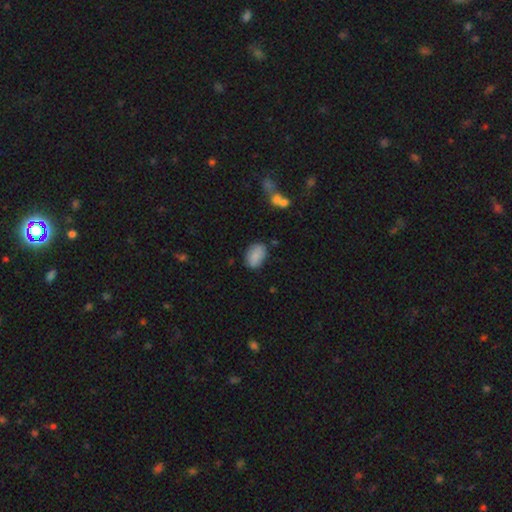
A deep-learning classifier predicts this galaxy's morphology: This appears to be a smooth galaxy with no disk features (85%) that is in between round and cigar-shaped (86%). Merging: none (77%).